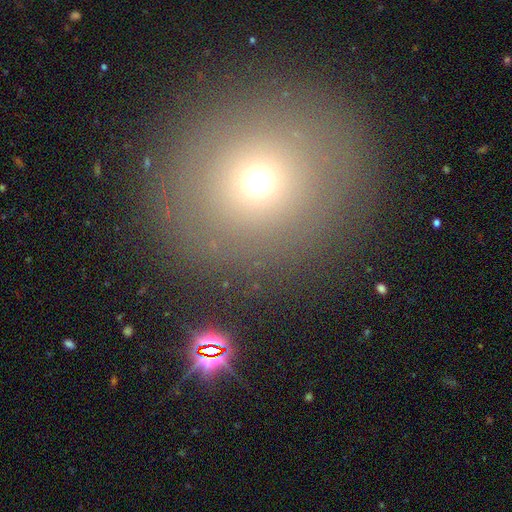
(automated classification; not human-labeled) A smooth galaxy with no disk features (67%) that is round (85%).

Vote fractions:
- Smooth or featured? smooth: 67% / star or artifact: 20% / featured or disk: 13%
- How rounded? round: 85% / in between: 14% / cigar-shaped: 1%
- Merging? none: 87% / minor disturbance: 7% / major disturbance: 4% / merger: 2%